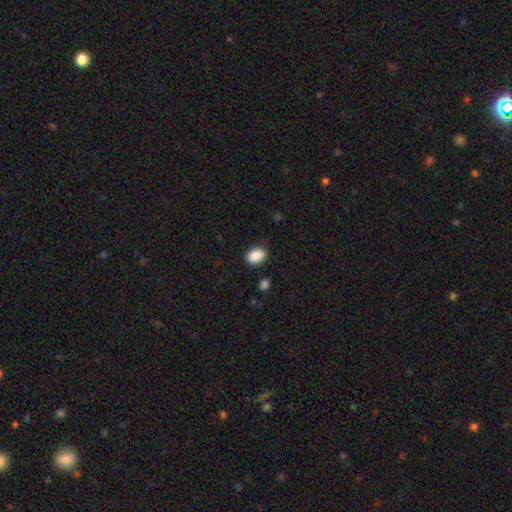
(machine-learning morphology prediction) Q: Smooth or featured?
A: smooth (89%); runner-up: star or artifact (8%)
Q: How rounded?
A: in between (68%); runner-up: round (32%)
Q: Merging?
A: none (86%); runner-up: minor disturbance (9%)